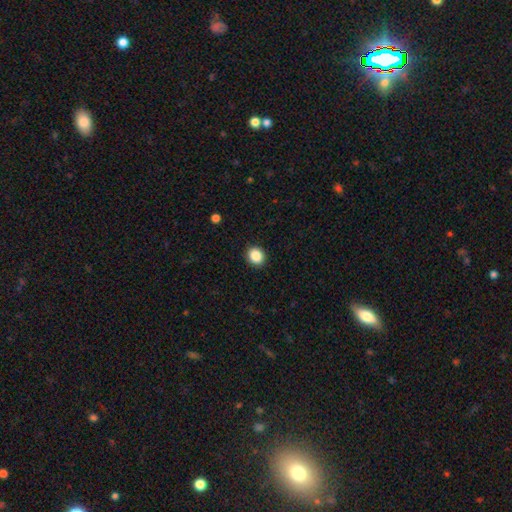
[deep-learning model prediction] Smooth or featured? smooth (88%)
How rounded? round (72%)
Merging? none (91%)